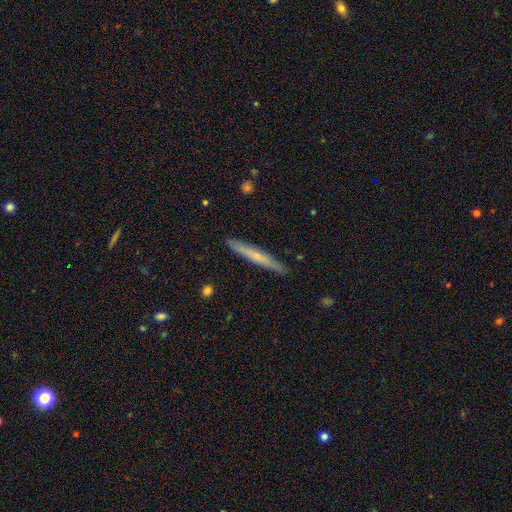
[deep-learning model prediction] Q: Smooth or featured?
A: smooth (51%); runner-up: featured or disk (43%)
Q: How rounded?
A: cigar-shaped (96%); runner-up: in between (3%)
Q: Merging?
A: none (90%); runner-up: minor disturbance (8%)